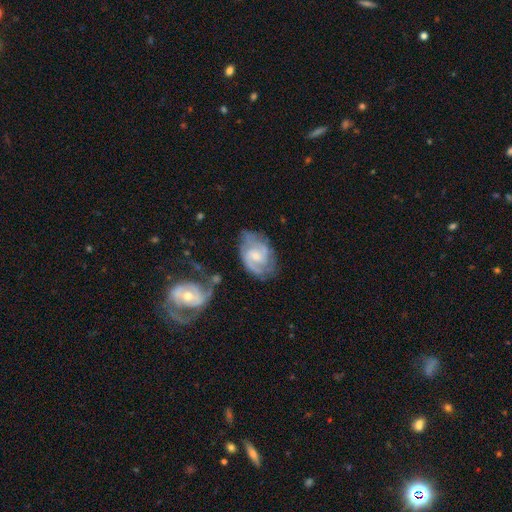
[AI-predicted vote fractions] Morphology: type=featured or disk (79%); edge-on=no (97%); bar=weak (51%); spiral arms=yes (92%); winding=medium (44%); arm count=2 (58%); bulge=small (52%); merging=none (56%).